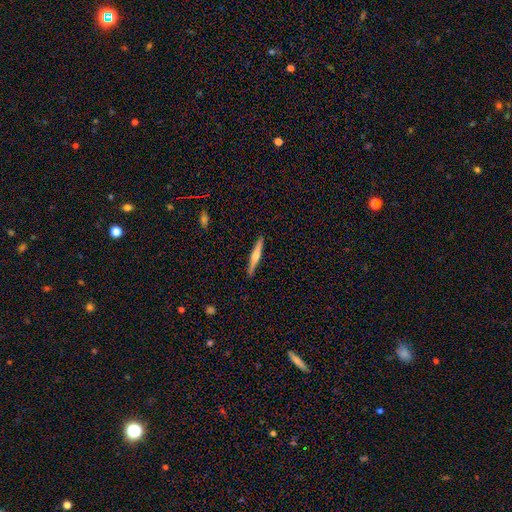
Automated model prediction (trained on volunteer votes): The model was most divided on "smooth or featured": featured or disk: 60%, smooth: 35%, star or artifact: 6%. More confident: edge-on disk — yes (98%); merging — none (91%); edge-on bulge — rounded (84%).